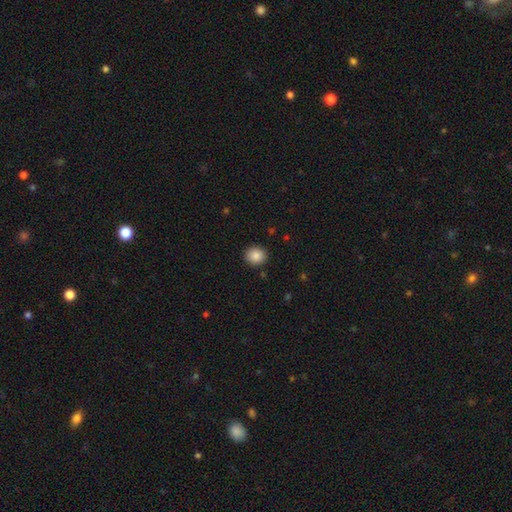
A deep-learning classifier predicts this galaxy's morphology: A smooth galaxy with no disk features (86%) that is round (82%).

Vote fractions:
- Smooth or featured? smooth: 86% / star or artifact: 9% / featured or disk: 5%
- How rounded? round: 82% / in between: 17% / cigar-shaped: 1%
- Merging? none: 90% / minor disturbance: 6% / major disturbance: 2% / merger: 1%